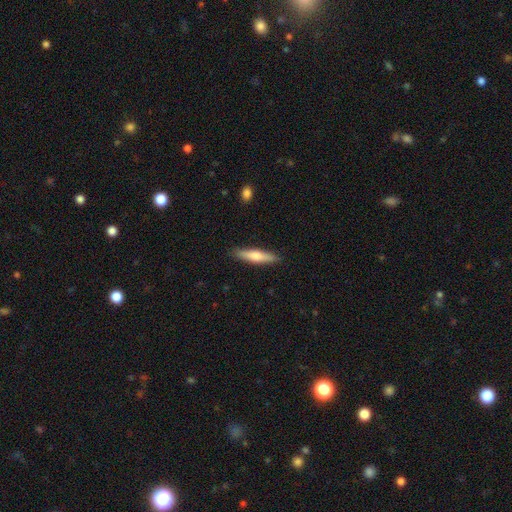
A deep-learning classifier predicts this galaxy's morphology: Smooth or featured: smooth — 58% (featured or disk — 37%)
How rounded: cigar-shaped — 83% (in between — 15%)
Merging: none — 90% (minor disturbance — 7%)